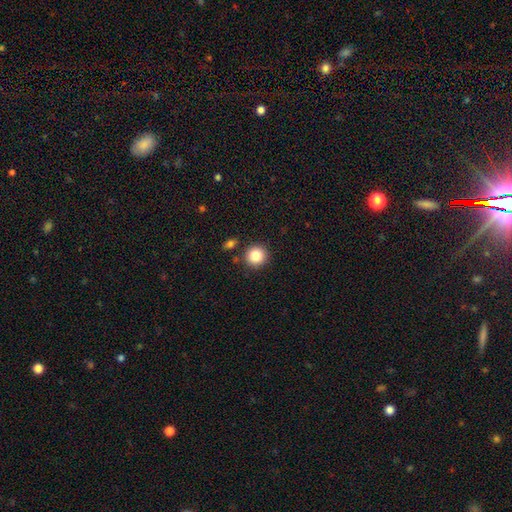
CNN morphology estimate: Overall: smooth (85%). How rounded: round (93%). Merging: none (86%).